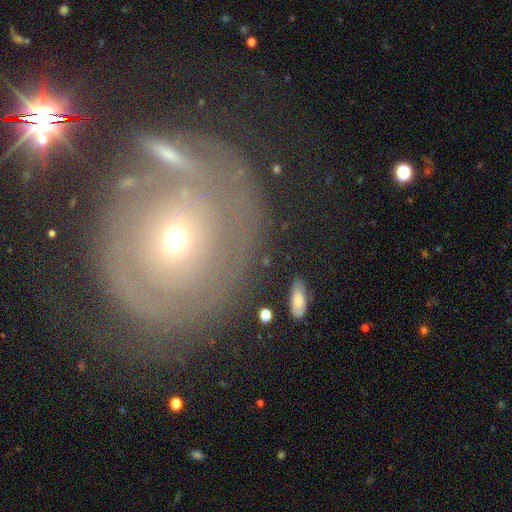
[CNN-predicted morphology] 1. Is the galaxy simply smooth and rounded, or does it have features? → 66% featured or disk, 23% smooth, 11% star or artifact.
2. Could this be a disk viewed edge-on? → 95% no, 5% yes.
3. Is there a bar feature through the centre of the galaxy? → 83% no, 12% weak, 5% strong.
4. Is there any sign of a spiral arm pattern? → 61% yes, 39% no.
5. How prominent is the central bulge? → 53% small, 41% moderate, 3% large, 1% dominant, 1% none.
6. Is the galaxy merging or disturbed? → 64% none, 17% minor disturbance, 12% major disturbance, 8% merger.